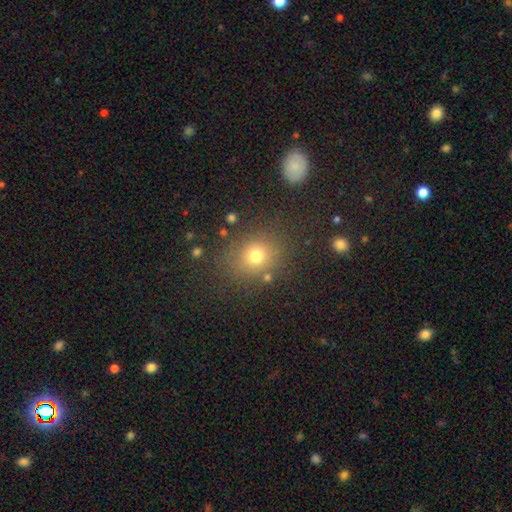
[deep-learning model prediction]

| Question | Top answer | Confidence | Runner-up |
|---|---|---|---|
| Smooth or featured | smooth | 73% | star or artifact (19%) |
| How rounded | round | 74% | in between (25%) |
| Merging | none | 81% | minor disturbance (10%) |